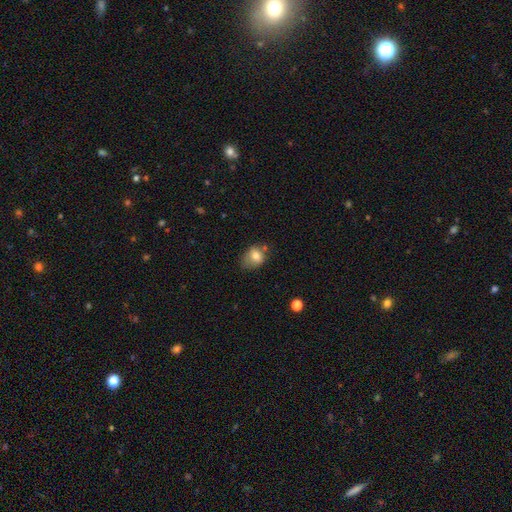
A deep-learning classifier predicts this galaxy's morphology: This appears to be a smooth galaxy with no disk features (75%) that is in between round and cigar-shaped (56%). Merging: none (41%).